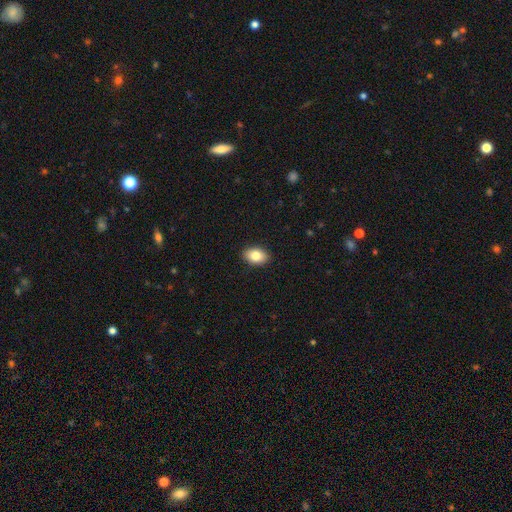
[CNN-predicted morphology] smooth_or_featured: smooth (p=0.83) [alt: featured or disk p=0.10]
how_rounded: in between (p=0.86) [alt: round p=0.12]
merging: none (p=0.90) [alt: minor disturbance p=0.07]